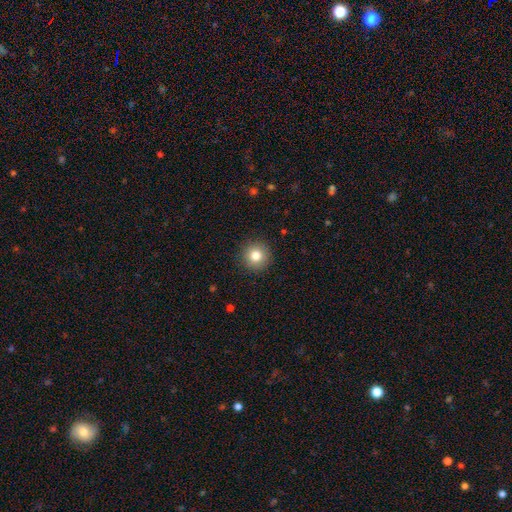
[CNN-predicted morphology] type=smooth (81%); roundness=round (95%); merging=none (91%).